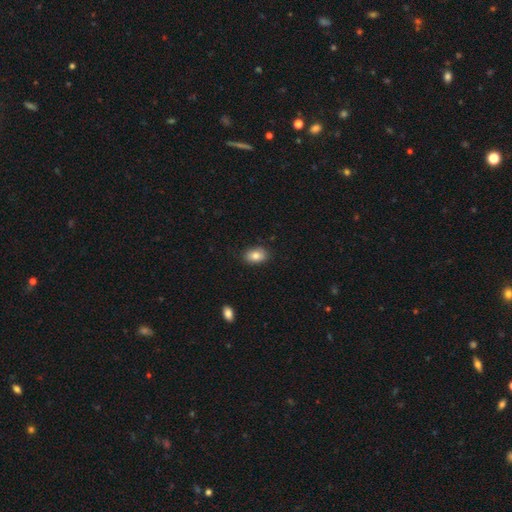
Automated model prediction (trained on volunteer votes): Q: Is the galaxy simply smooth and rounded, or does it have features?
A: smooth — 82%.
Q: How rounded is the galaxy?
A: in between — 84%.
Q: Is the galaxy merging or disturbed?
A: none — 85%.